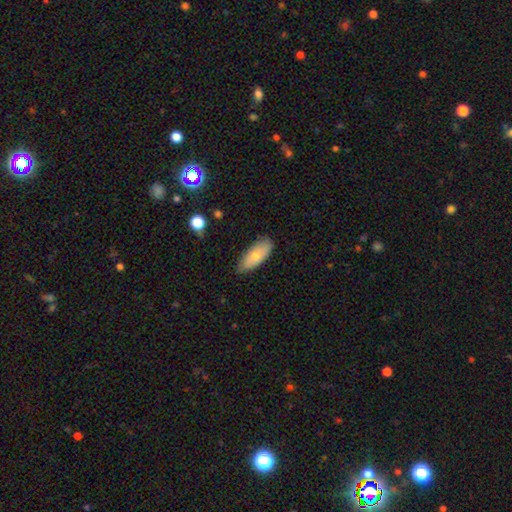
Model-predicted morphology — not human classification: Smooth or featured: smooth — 73% (featured or disk — 21%)
How rounded: in between — 81% (cigar-shaped — 17%)
Merging: none — 78% (minor disturbance — 18%)